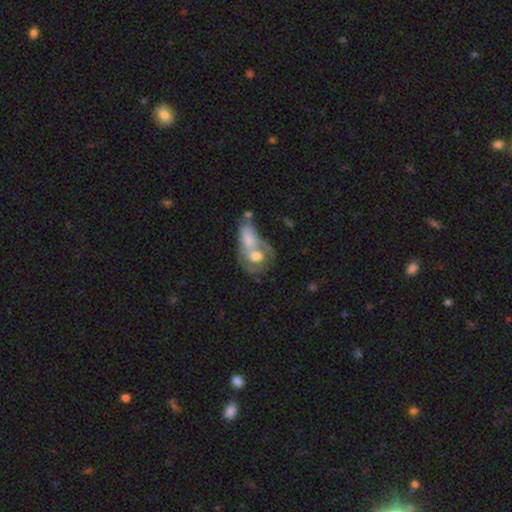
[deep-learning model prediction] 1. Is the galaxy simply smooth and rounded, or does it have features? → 44% smooth, 37% featured or disk, 20% star or artifact.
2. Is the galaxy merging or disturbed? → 53% merger, 29% none, 10% minor disturbance, 8% major disturbance.